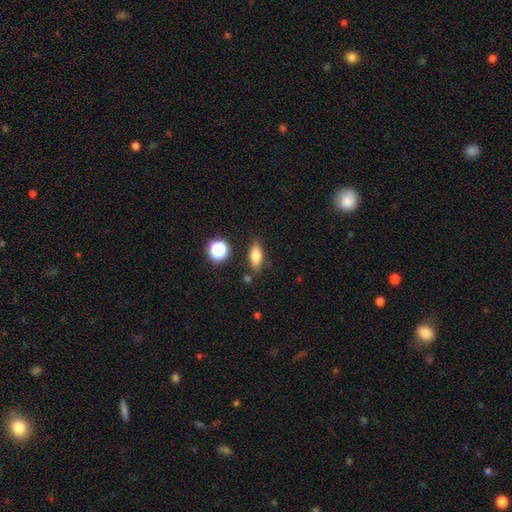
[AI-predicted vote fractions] A smooth galaxy with no disk features (74%) that is in between round and cigar-shaped (68%). Merging: none (80%).